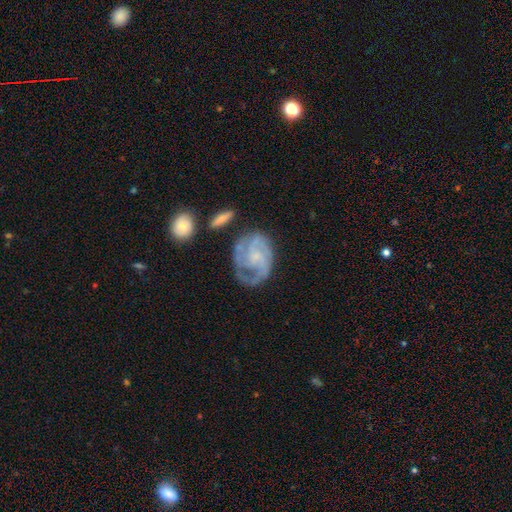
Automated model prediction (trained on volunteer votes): The model was most divided on "spiral winding": tight: 47%, medium: 40%, loose: 13%. Remaining: edge-on disk — no (98%); spiral arms — yes (92%); smooth or featured — featured or disk (81%); bar — no (66%); bulge size — small (58%); merging — none (54%); spiral arm count — 2 (33%).